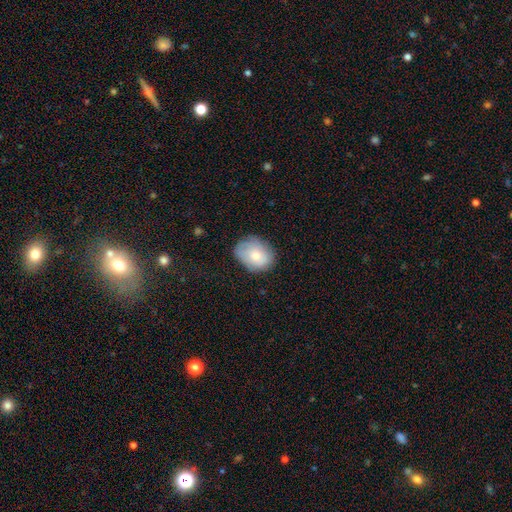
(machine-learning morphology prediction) smooth 73%, featured or disk 20%, star or artifact 7%. Down the decision tree: how rounded — in between (60%); merging — none (70%).